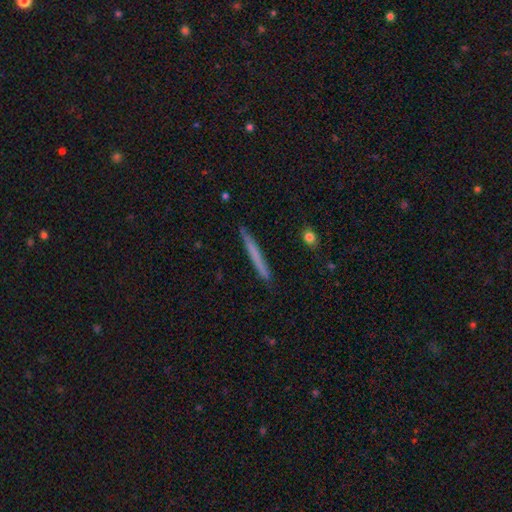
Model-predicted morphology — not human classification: Smooth or featured? Predicted: smooth (p=0.60). How rounded? Predicted: cigar-shaped (p=0.97). Merging? Predicted: none (p=0.90).